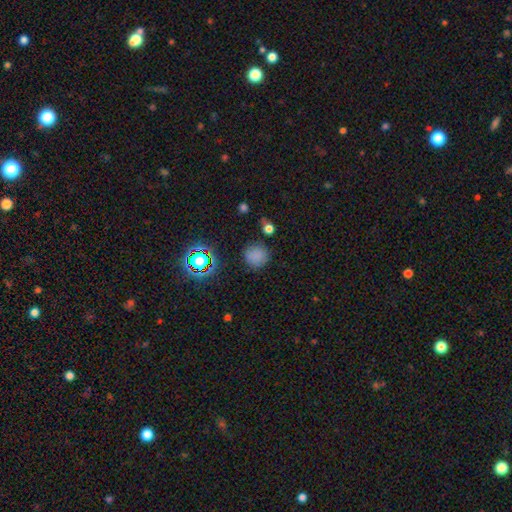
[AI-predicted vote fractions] Overall: smooth (74%). How rounded: round (91%). Merging: none (81%).